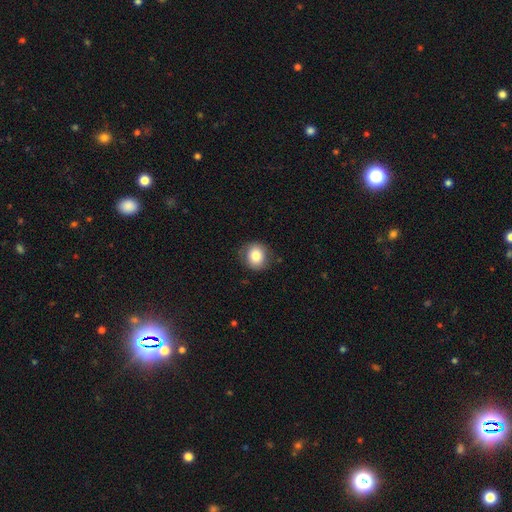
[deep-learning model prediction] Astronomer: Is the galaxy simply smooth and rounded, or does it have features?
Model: smooth — 80%.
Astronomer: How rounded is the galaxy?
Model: round — 82%.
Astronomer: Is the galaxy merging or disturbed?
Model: none — 79%.